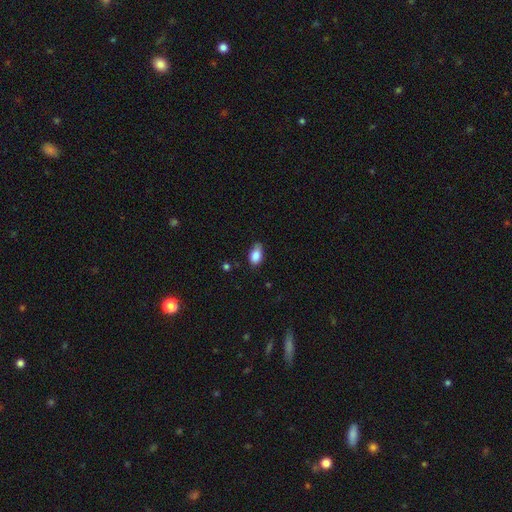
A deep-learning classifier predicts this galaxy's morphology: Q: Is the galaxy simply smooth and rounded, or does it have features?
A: smooth — 85%.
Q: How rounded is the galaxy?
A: in between — 89%.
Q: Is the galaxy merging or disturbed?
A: none — 61%.